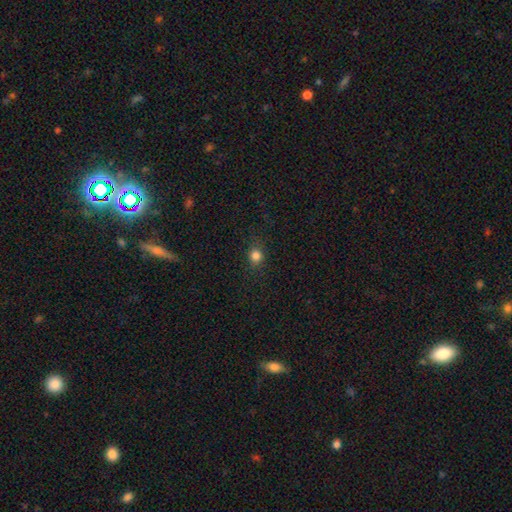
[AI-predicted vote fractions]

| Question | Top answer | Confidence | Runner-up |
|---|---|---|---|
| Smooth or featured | smooth | 82% | star or artifact (13%) |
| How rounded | round | 76% | in between (23%) |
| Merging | none | 85% | minor disturbance (11%) |